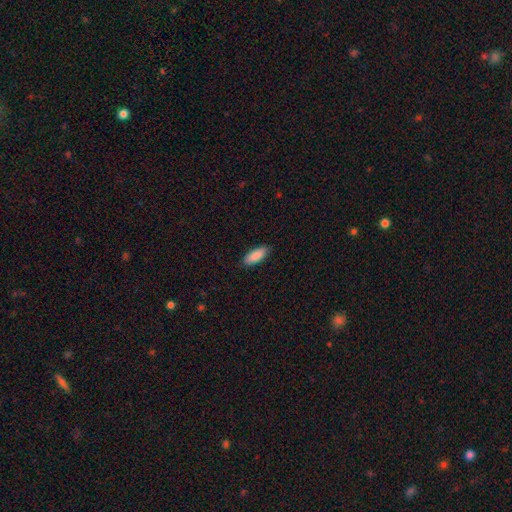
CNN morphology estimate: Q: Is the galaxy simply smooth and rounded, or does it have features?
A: smooth — 89%.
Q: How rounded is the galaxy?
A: in between — 72%.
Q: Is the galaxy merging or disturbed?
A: none — 88%.